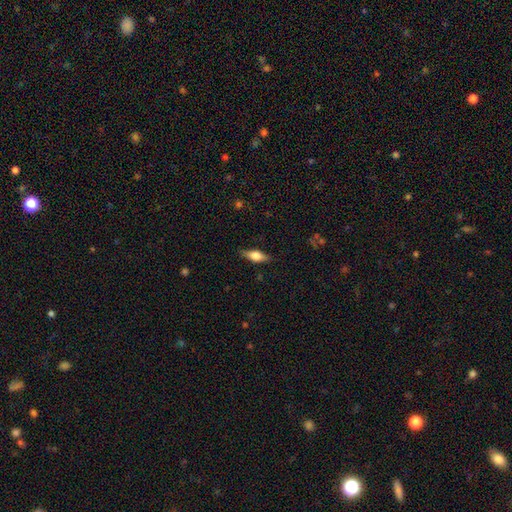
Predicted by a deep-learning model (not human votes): A smooth galaxy with no disk features (57%) that is in between round and cigar-shaped (66%).

Vote fractions:
- Smooth or featured? smooth: 57% / featured or disk: 36% / star or artifact: 7%
- How rounded? in between: 66% / cigar-shaped: 30% / round: 4%
- Merging? none: 84% / minor disturbance: 12% / major disturbance: 3% / merger: 1%